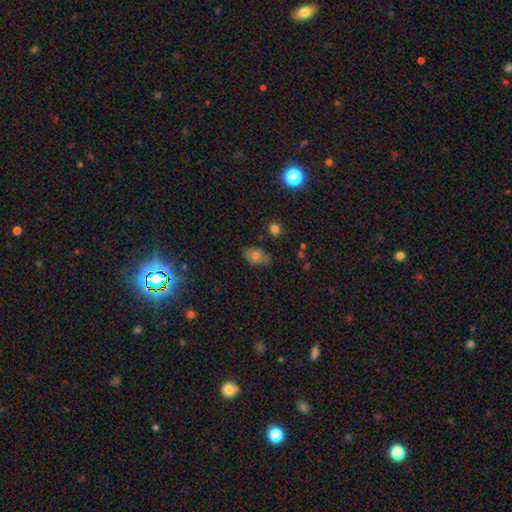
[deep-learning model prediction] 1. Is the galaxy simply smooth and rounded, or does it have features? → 65% smooth, 21% featured or disk, 13% star or artifact.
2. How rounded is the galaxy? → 85% in between, 13% round, 2% cigar-shaped.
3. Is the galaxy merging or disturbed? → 73% none, 20% minor disturbance, 4% major disturbance, 3% merger.